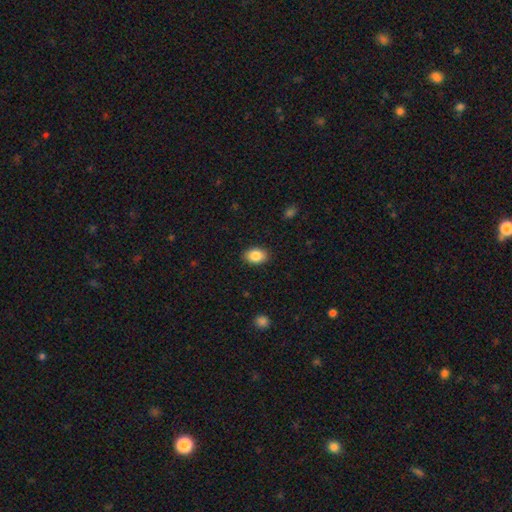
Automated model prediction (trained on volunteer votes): Q: Smooth or featured?
A: smooth (86%); runner-up: star or artifact (8%)
Q: How rounded?
A: in between (82%); runner-up: round (17%)
Q: Merging?
A: none (88%); runner-up: minor disturbance (9%)